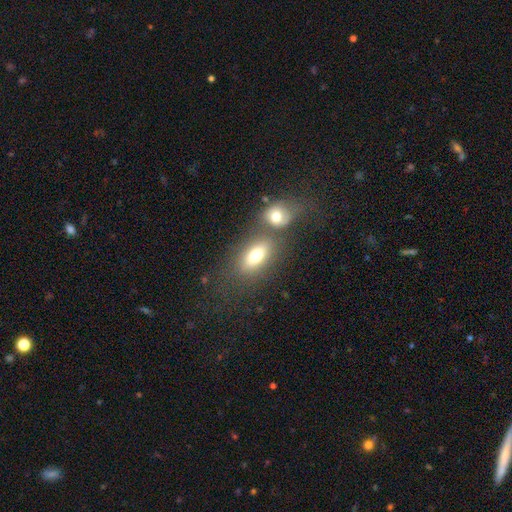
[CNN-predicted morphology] smooth-or-featured: smooth: 73% | featured or disk: 18% | star or artifact: 10%
  how-rounded: in between: 82% | round: 13% | cigar-shaped: 4%
  merging: none: 51% | merger: 32% | minor disturbance: 11% | major disturbance: 6%